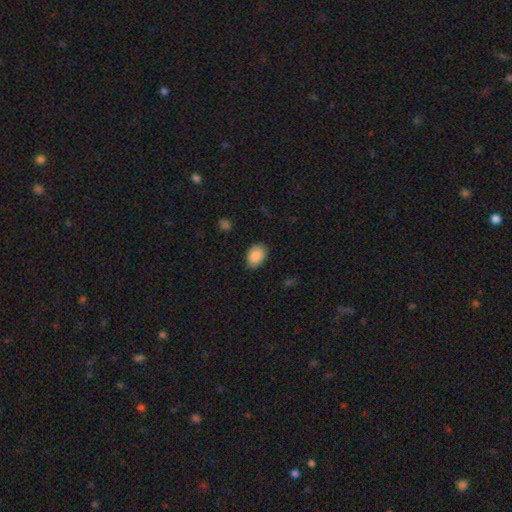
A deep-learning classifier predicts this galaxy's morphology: smooth_or_featured: smooth (p=0.89) [alt: star or artifact p=0.07]
how_rounded: in between (p=0.82) [alt: round p=0.17]
merging: none (p=0.85) [alt: minor disturbance p=0.11]